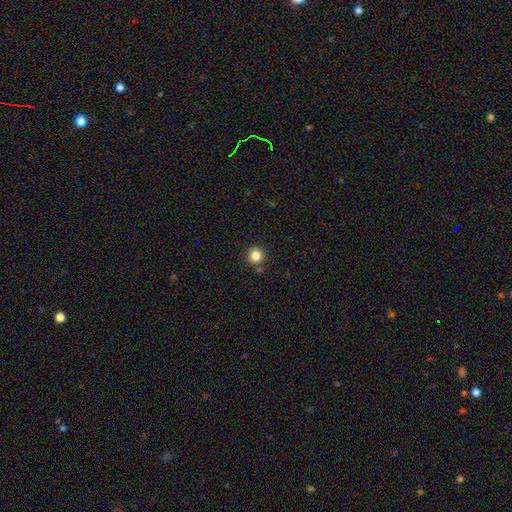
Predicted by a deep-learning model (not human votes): This appears to be a smooth galaxy with no disk features (83%) that is round (95%). Merging: none (88%).